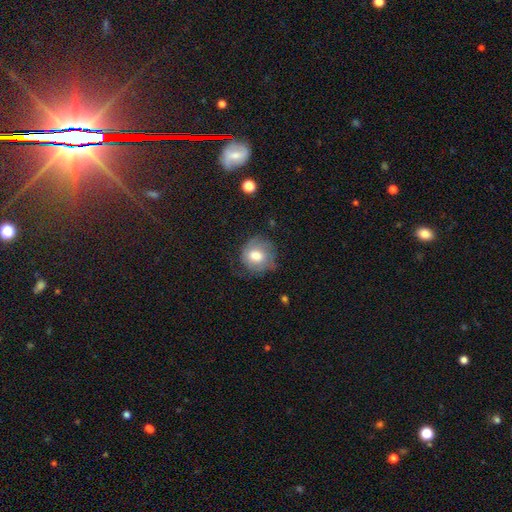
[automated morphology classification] type=smooth (64%); roundness=round (82%); merging=none (58%).